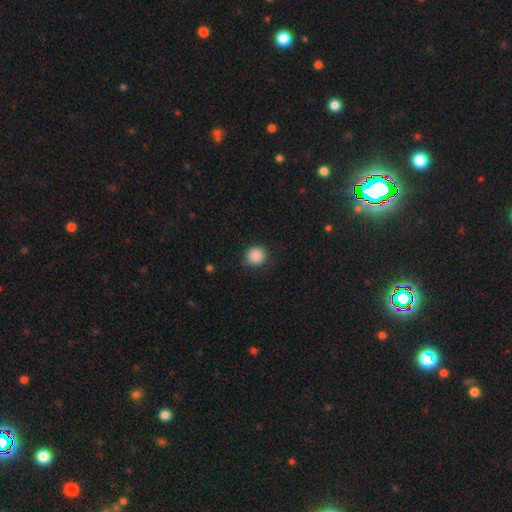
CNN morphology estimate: A smooth galaxy with no disk features (88%) that is round (92%).

Vote fractions:
- Smooth or featured? smooth: 88% / star or artifact: 9% / featured or disk: 3%
- How rounded? round: 92% / in between: 8% / cigar-shaped: 1%
- Merging? none: 85% / minor disturbance: 11% / major disturbance: 3% / merger: 1%